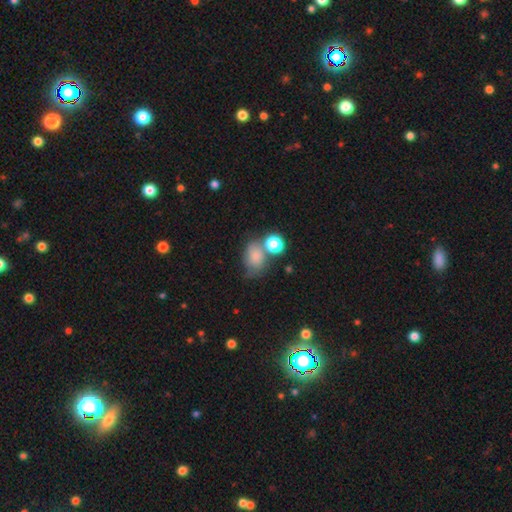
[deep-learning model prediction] Smooth or featured? Predicted: smooth (p=0.76). How rounded? Predicted: in between (p=0.61). Merging? Predicted: none (p=0.41).